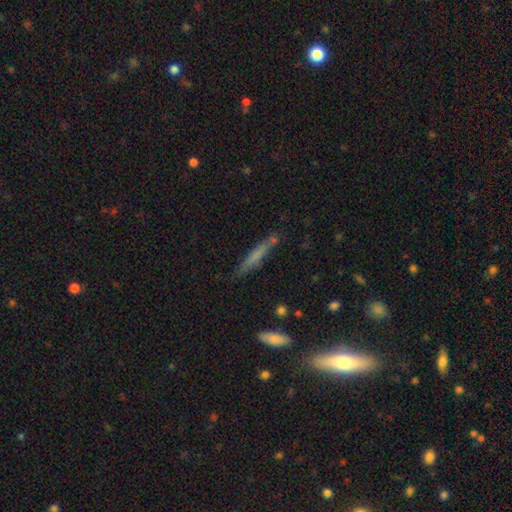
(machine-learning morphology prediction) This appears to be a smooth galaxy with no disk features (54%) that is cigar-shaped (93%). Merging: none (79%).